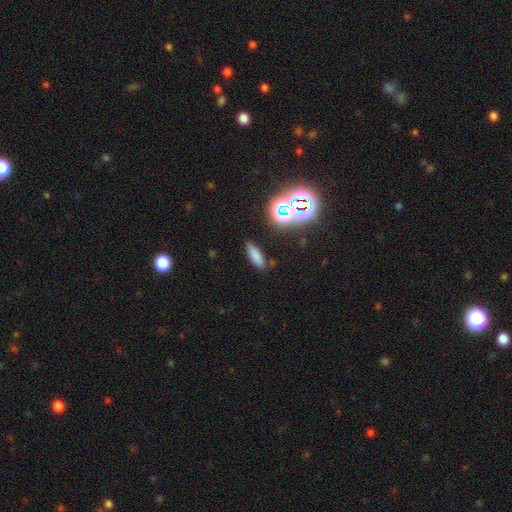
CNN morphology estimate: This appears to be a smooth galaxy with no disk features (72%) that is in between round and cigar-shaped (55%). Merging: none (82%).